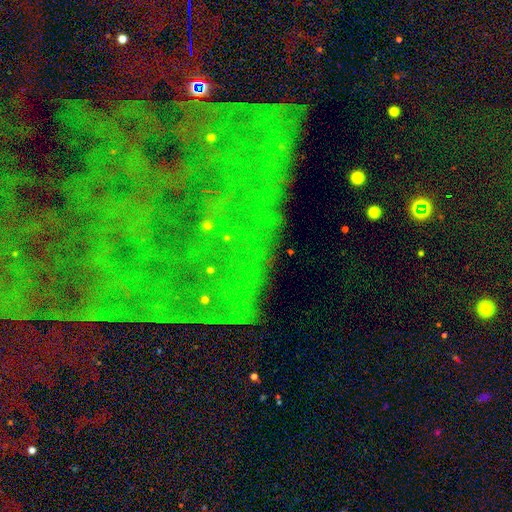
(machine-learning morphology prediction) Smooth or featured? star or artifact (76%)